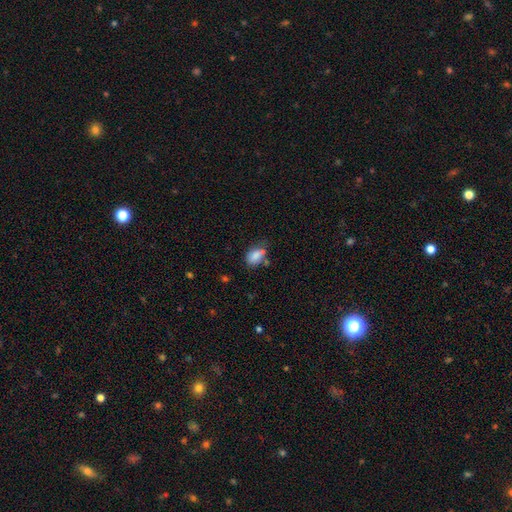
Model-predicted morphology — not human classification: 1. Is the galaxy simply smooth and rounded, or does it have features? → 82% smooth, 10% featured or disk, 9% star or artifact.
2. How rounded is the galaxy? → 84% in between, 14% round, 2% cigar-shaped.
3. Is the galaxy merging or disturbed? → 48% none, 29% minor disturbance, 14% merger, 9% major disturbance.